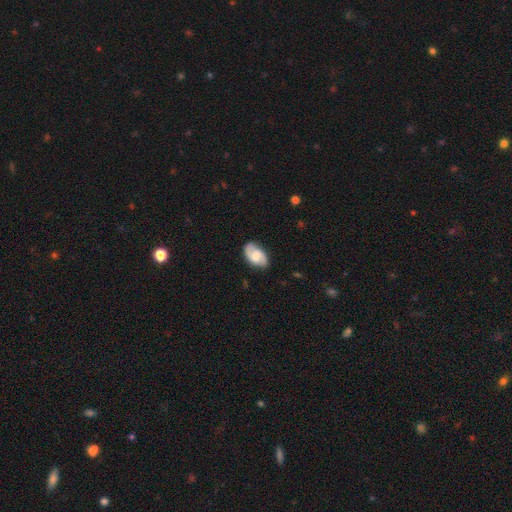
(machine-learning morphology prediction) The model was most divided on "bar": no: 53%, weak: 39%, strong: 8%. Remaining: edge-on disk — no (96%); spiral arms — yes (90%); spiral arm count — 2 (87%); merging — none (80%); smooth or featured — featured or disk (63%); bulge size — moderate (61%); spiral winding — medium (44%).